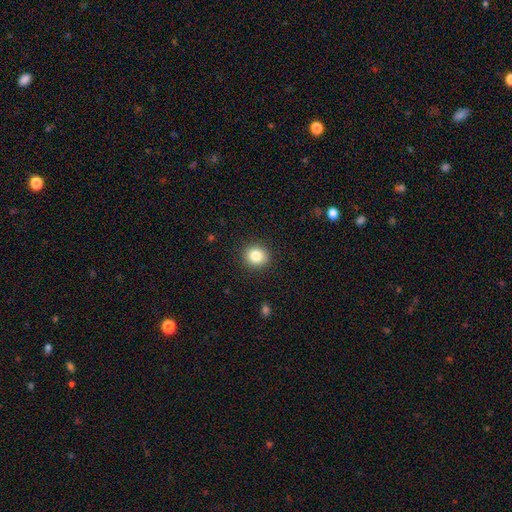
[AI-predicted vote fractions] smooth 84%, star or artifact 10%, featured or disk 7%. Down the decision tree: how rounded — round (85%); merging — none (91%).